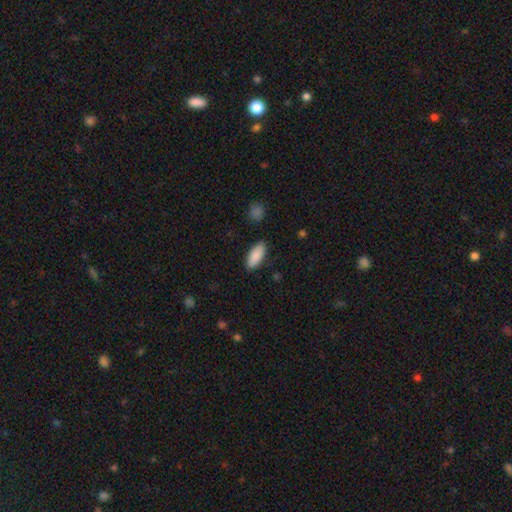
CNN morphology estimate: smooth_or_featured: smooth (p=0.89) [alt: star or artifact p=0.06]
how_rounded: in between (p=0.85) [alt: cigar-shaped p=0.13]
merging: none (p=0.86) [alt: minor disturbance p=0.10]